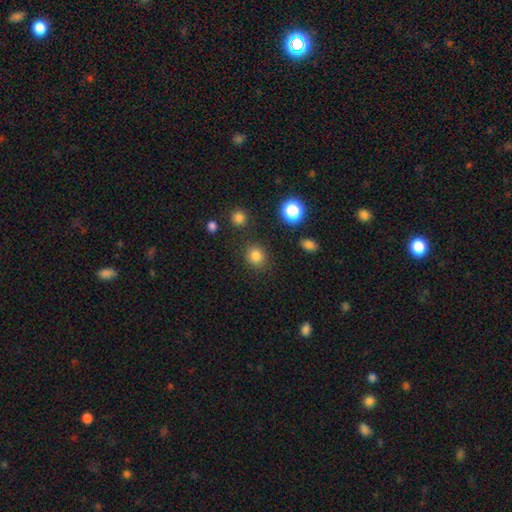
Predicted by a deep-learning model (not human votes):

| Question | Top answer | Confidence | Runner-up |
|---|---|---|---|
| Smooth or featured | smooth | 82% | star or artifact (14%) |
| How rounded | round | 86% | in between (13%) |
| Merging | none | 86% | minor disturbance (8%) |